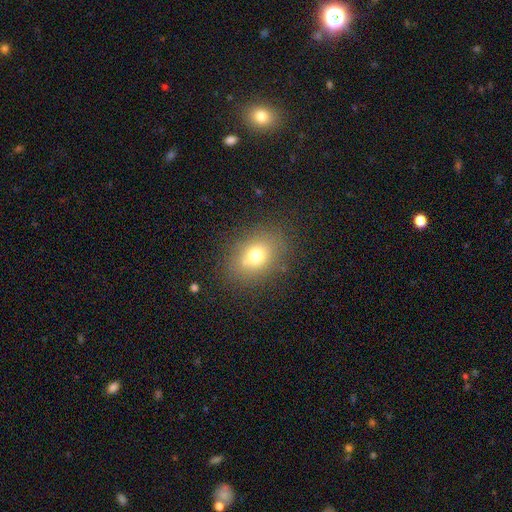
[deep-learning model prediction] Smooth or featured: smooth — 70% (star or artifact — 15%)
How rounded: in between — 62% (round — 36%)
Merging: none — 77% (minor disturbance — 13%)